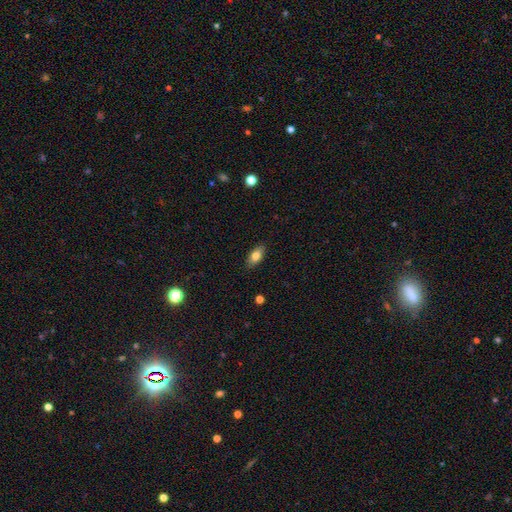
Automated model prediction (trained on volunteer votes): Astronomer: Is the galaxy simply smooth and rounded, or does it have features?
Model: smooth — 79%.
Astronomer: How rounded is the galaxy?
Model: in between — 87%.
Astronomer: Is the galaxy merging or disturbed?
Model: none — 87%.